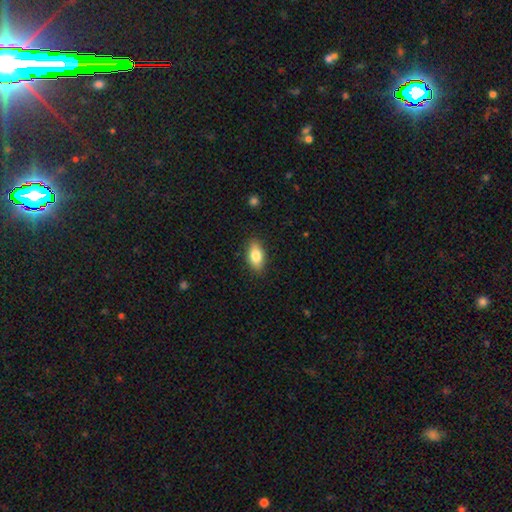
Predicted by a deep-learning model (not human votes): Smooth or featured: smooth — 81% (featured or disk — 11%)
How rounded: in between — 89% (cigar-shaped — 6%)
Merging: none — 87% (minor disturbance — 10%)